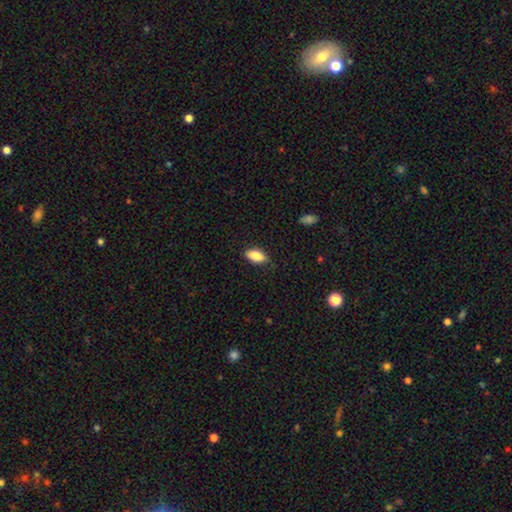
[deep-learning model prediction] smooth_or_featured: smooth (p=0.84) [alt: featured or disk p=0.09]
how_rounded: in between (p=0.89) [alt: cigar-shaped p=0.08]
merging: none (p=0.83) [alt: minor disturbance p=0.13]